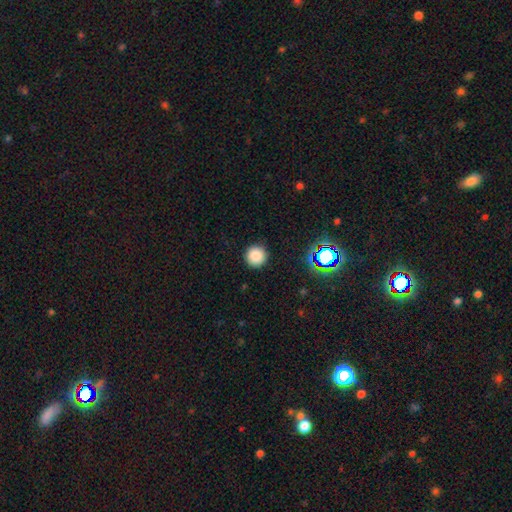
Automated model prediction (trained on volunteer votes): Smooth or featured: smooth — 84% (star or artifact — 12%)
How rounded: round — 96% (in between — 3%)
Merging: none — 92% (minor disturbance — 5%)